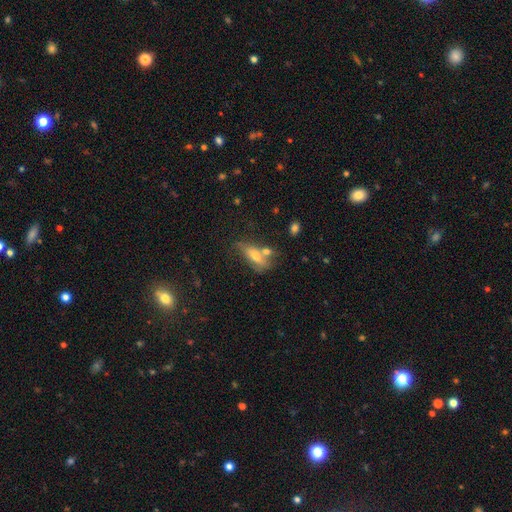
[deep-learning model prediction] The model was most divided on "how rounded": in between: 57%, cigar-shaped: 39%, round: 4%. Remaining: smooth or featured — smooth (55%); merging — none (44%).